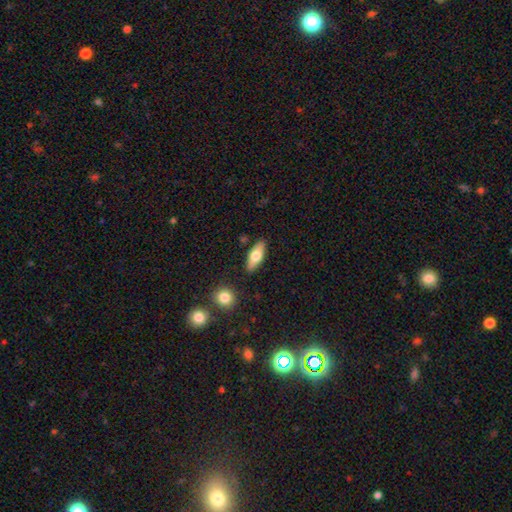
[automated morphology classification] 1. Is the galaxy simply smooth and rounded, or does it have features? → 69% smooth, 25% featured or disk, 6% star or artifact.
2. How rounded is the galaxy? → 72% in between, 25% cigar-shaped, 3% round.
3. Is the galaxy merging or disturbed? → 85% none, 10% minor disturbance, 3% merger, 2% major disturbance.